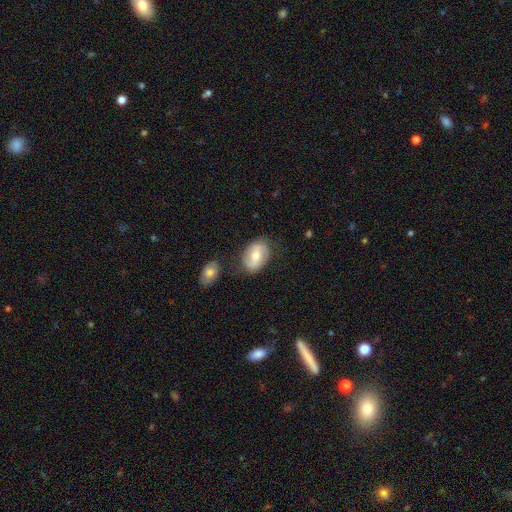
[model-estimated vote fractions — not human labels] This is possibly a featured or disk galaxy (47%). Merging: likely none (76%).